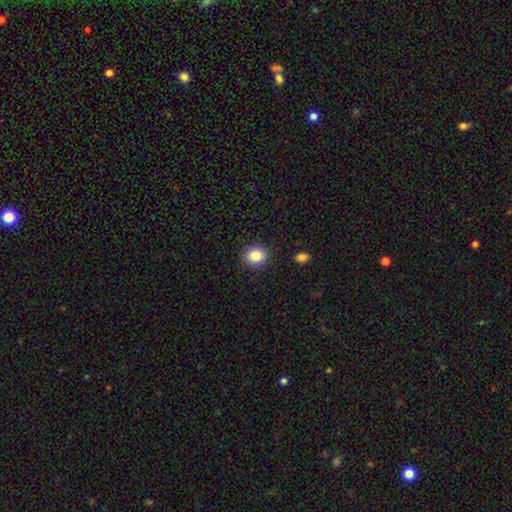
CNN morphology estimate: A smooth galaxy with no disk features (85%) that is round (68%).

Vote fractions:
- Smooth or featured? smooth: 85% / star or artifact: 9% / featured or disk: 6%
- How rounded? round: 68% / in between: 31% / cigar-shaped: 1%
- Merging? none: 89% / minor disturbance: 7% / major disturbance: 2% / merger: 1%